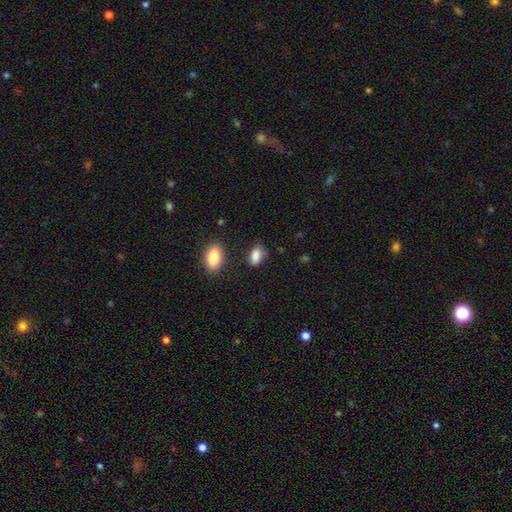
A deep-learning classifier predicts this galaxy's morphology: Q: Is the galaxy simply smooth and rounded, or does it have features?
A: smooth — 86%.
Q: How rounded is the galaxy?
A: in between — 89%.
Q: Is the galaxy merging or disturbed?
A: none — 66%.